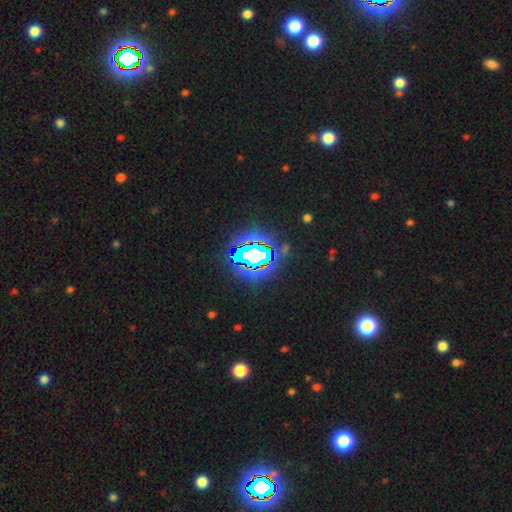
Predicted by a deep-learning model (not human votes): Smooth or featured? star or artifact (73%)